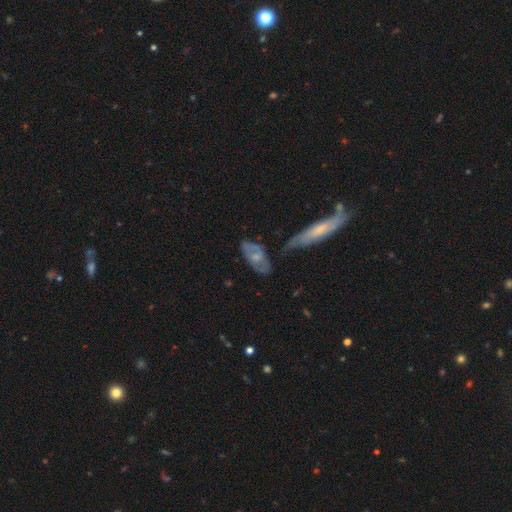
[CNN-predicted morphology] A featured or disk galaxy (52%).

Vote fractions:
- Smooth or featured? featured or disk: 52% / smooth: 41% / star or artifact: 7%
- Edge-on disk? no: 83% / yes: 17%
- Merging? none: 59% / minor disturbance: 22% / major disturbance: 10% / merger: 9%